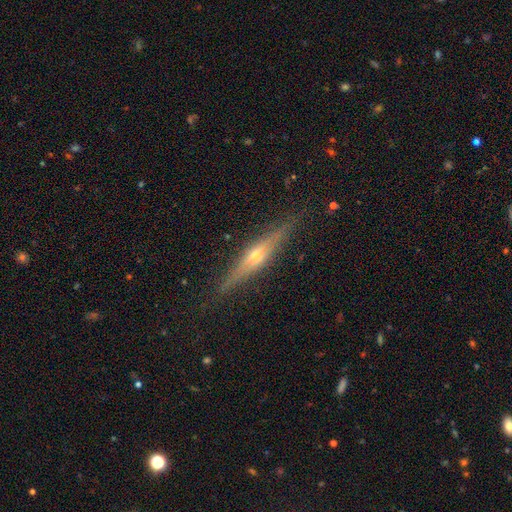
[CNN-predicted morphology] A featured or disk galaxy (74%) viewed edge-on (96%) with a rounded central bulge (85%). Merging: none (88%).